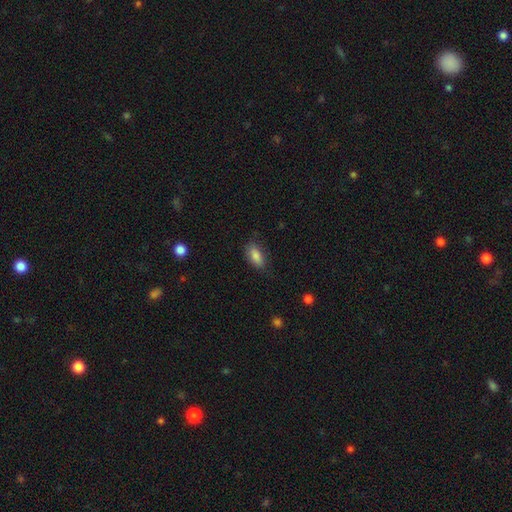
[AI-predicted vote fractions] Smooth or featured? smooth (85%)
How rounded? in between (87%)
Merging? none (76%)